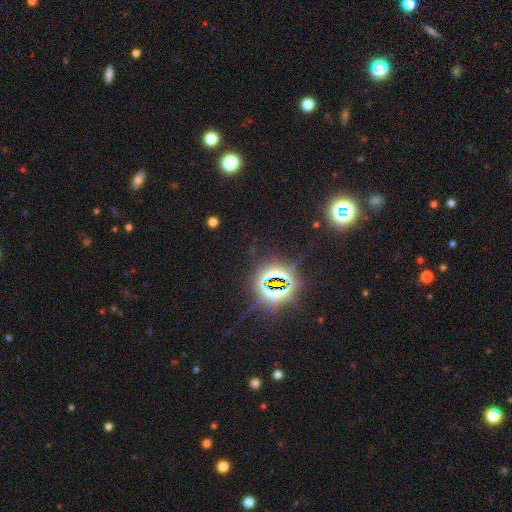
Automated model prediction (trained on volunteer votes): Overall: star or artifact (81%).